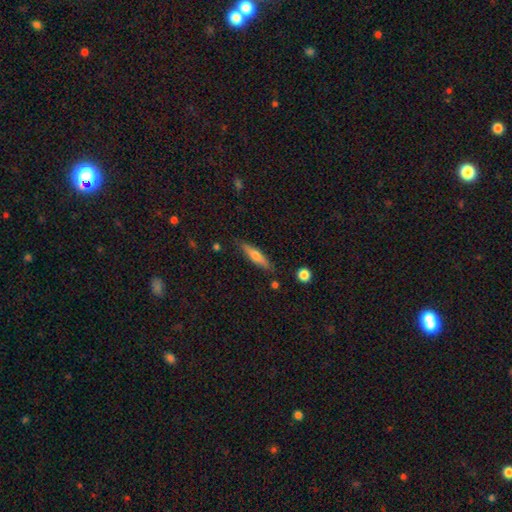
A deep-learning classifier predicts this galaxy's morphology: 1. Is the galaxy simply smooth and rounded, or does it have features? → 53% smooth, 41% featured or disk, 6% star or artifact.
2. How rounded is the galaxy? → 81% cigar-shaped, 17% in between, 2% round.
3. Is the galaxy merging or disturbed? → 84% none, 11% minor disturbance, 2% merger, 2% major disturbance.